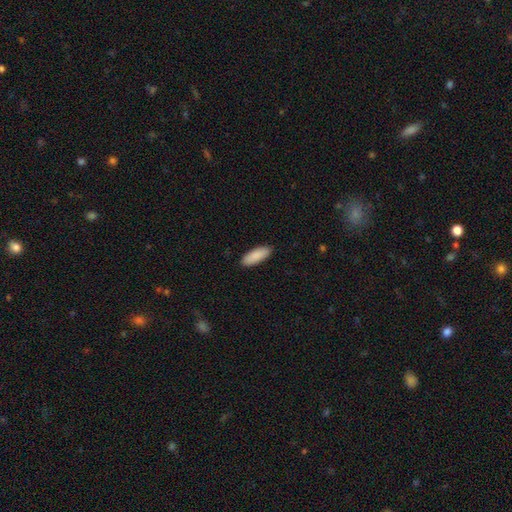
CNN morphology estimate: Smooth or featured?
  - smooth: 90% *
  - star or artifact: 5%
  - featured or disk: 4%
How rounded?
  - in between: 65% *
  - cigar-shaped: 33%
  - round: 2%
Merging?
  - none: 90% *
  - minor disturbance: 8%
  - major disturbance: 2%
  - merger: 1%